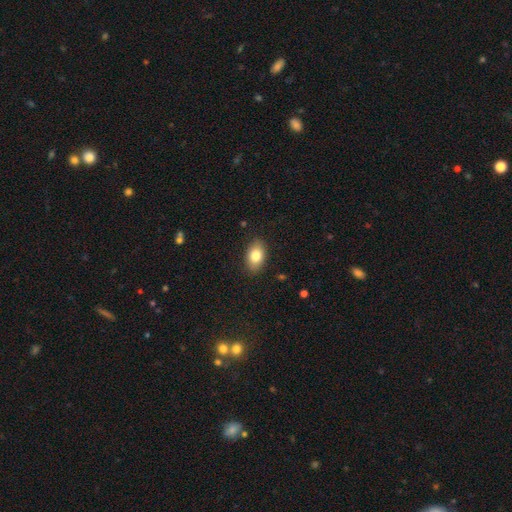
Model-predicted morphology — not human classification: smooth-or-featured: smooth: 81% | featured or disk: 11% | star or artifact: 7%
  how-rounded: in between: 90% | round: 8% | cigar-shaped: 2%
  merging: none: 87% | minor disturbance: 10% | major disturbance: 2% | merger: 1%